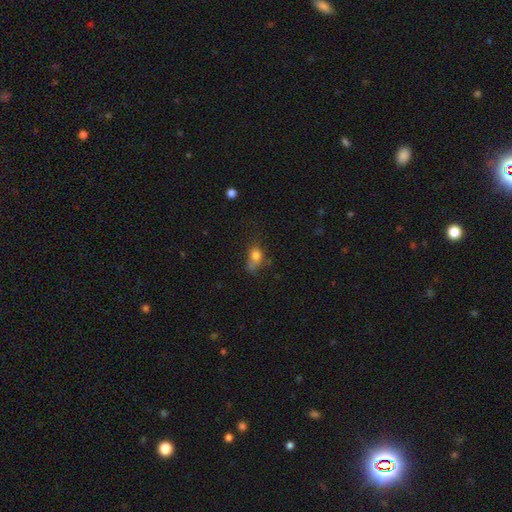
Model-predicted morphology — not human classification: This is likely a smooth galaxy (75%). How rounded: possibly in between (60%). Merging: marginally none (36%).